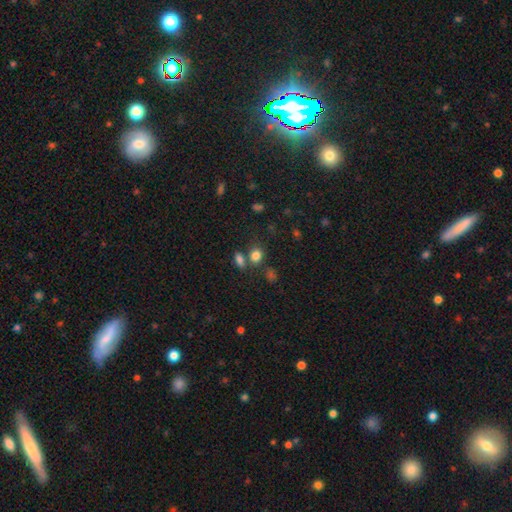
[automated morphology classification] type=smooth (81%); roundness=in between (52%); merging=none (62%).